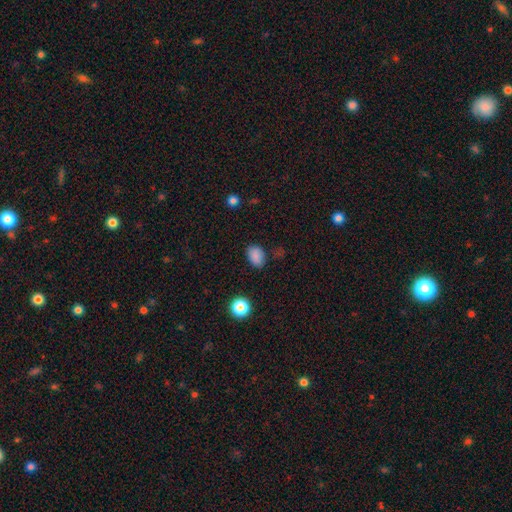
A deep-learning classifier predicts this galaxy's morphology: smooth-or-featured: smooth: 85% | star or artifact: 11% | featured or disk: 4%
  how-rounded: in between: 81% | round: 17% | cigar-shaped: 1%
  merging: none: 81% | minor disturbance: 14% | major disturbance: 3% | merger: 2%